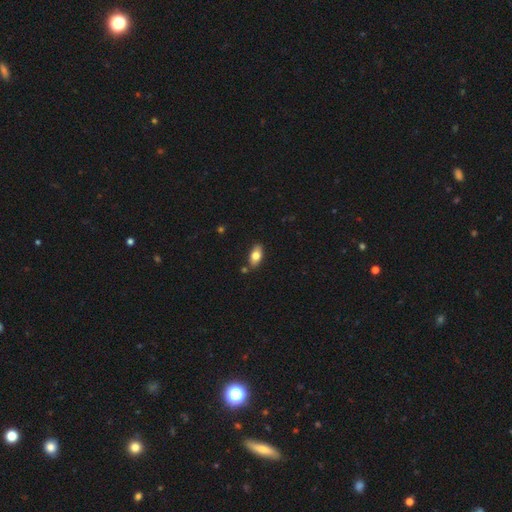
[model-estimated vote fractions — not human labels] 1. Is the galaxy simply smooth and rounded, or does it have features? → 77% smooth, 15% featured or disk, 7% star or artifact.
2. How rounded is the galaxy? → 88% in between, 8% cigar-shaped, 4% round.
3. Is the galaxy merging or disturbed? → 81% none, 12% minor disturbance, 4% merger, 2% major disturbance.